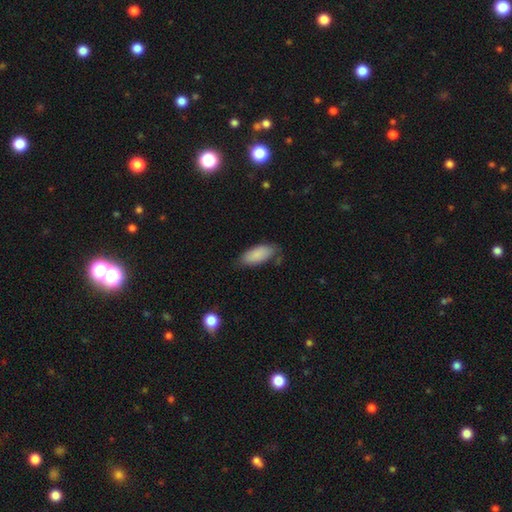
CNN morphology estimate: Q: Smooth or featured?
A: smooth (86%); runner-up: featured or disk (8%)
Q: How rounded?
A: in between (86%); runner-up: cigar-shaped (12%)
Q: Merging?
A: none (68%); runner-up: minor disturbance (24%)